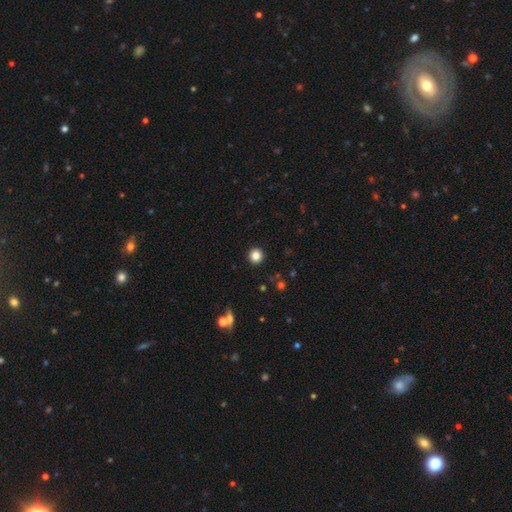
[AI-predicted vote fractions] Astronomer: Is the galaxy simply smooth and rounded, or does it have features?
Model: smooth — 84%.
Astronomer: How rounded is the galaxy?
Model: round — 94%.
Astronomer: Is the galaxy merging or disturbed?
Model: none — 93%.